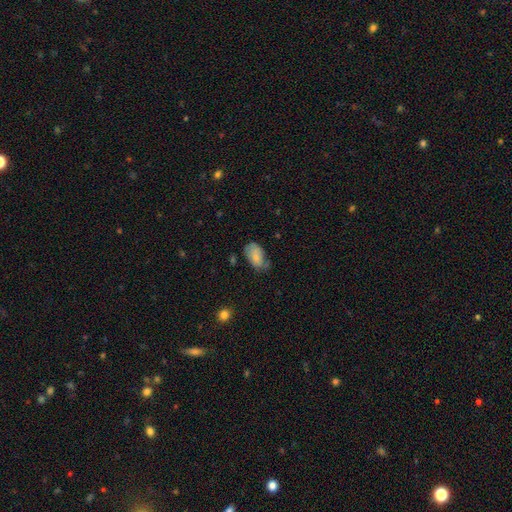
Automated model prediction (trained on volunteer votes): This is likely a smooth galaxy (71%). How rounded: clearly in between (92%). Merging: possibly none (45%).